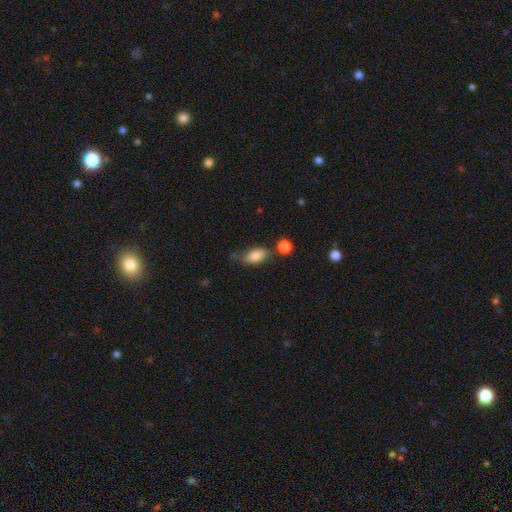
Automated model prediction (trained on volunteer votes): Smooth or featured? Predicted: smooth (p=0.82). How rounded? Predicted: in between (p=0.89). Merging? Predicted: none (p=0.58).